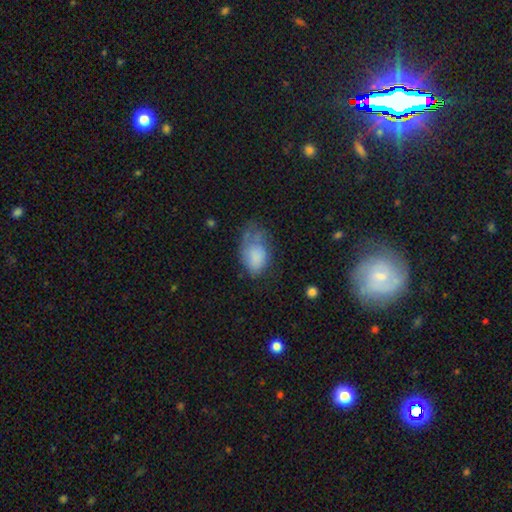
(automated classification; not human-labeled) A smooth galaxy with no disk features (72%) that is in between round and cigar-shaped (87%). Merging: major disturbance (34%, tied with minor disturbance).